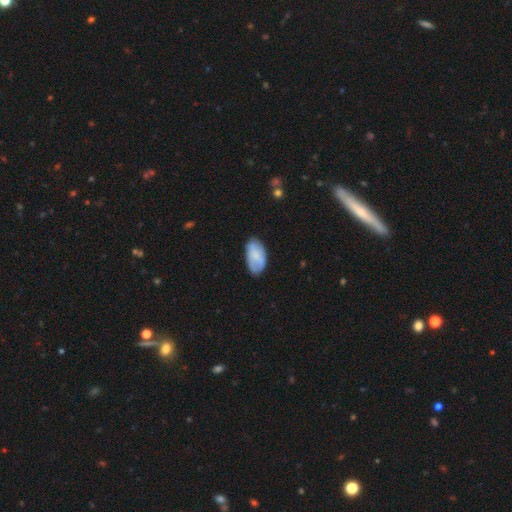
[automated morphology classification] Smooth or featured?
  - smooth: 74% *
  - featured or disk: 20%
  - star or artifact: 6%
How rounded?
  - in between: 95% *
  - round: 3%
  - cigar-shaped: 2%
Merging?
  - none: 72% *
  - minor disturbance: 22%
  - major disturbance: 5%
  - merger: 1%